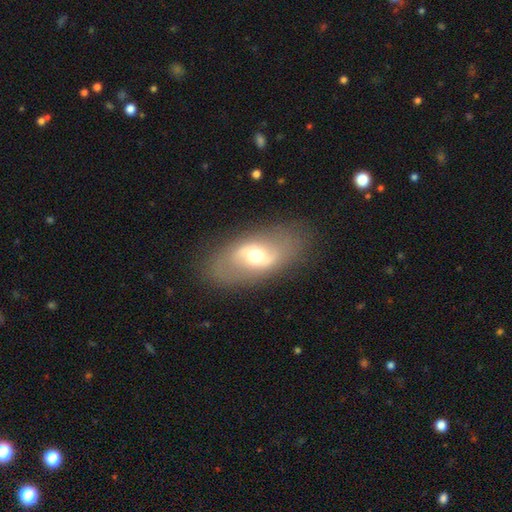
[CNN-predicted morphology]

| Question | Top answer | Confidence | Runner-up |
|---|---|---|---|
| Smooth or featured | featured or disk | 64% | smooth (28%) |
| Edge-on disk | no | 91% | yes (9%) |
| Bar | weak | 45% | no (33%) |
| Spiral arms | yes | 68% | no (32%) |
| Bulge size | moderate | 67% | small (18%) |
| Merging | none | 82% | minor disturbance (11%) |